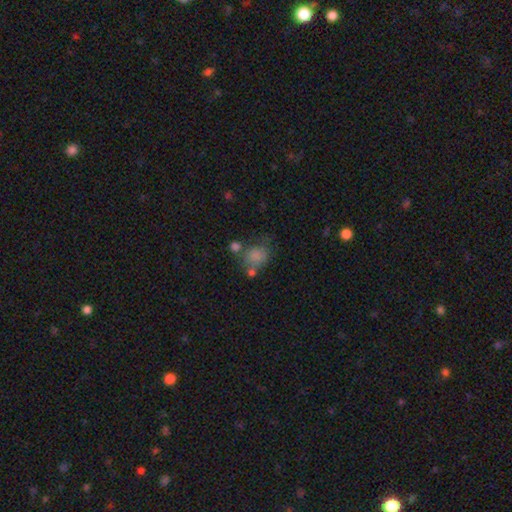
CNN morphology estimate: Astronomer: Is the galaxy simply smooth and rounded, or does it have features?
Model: smooth — 77%.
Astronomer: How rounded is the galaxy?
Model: round — 57% (runner-up: in between, 42%).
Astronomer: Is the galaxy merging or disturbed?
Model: none — 46% (runner-up: minor disturbance, 21%).